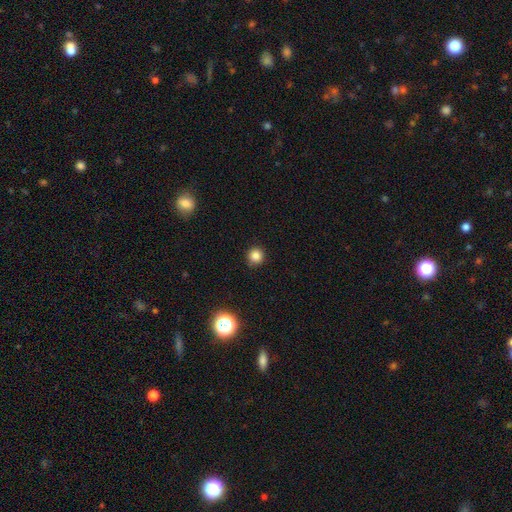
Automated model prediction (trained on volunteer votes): smooth-or-featured: smooth: 83% | star or artifact: 13% | featured or disk: 4%
  how-rounded: round: 94% | in between: 5% | cigar-shaped: 1%
  merging: none: 91% | minor disturbance: 6% | major disturbance: 2% | merger: 1%